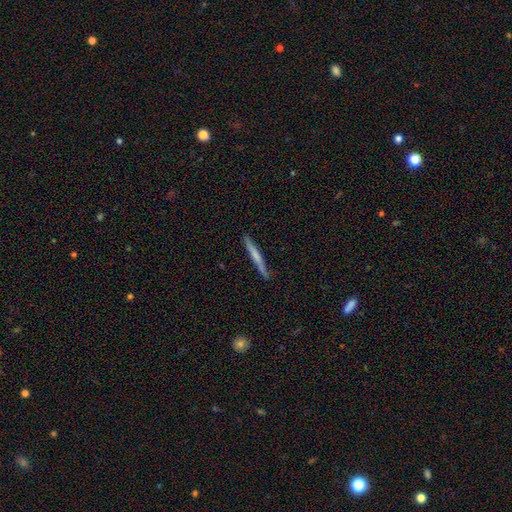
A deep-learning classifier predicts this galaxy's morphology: This is possibly a smooth galaxy (53%). How rounded: clearly cigar-shaped (96%). Merging: clearly none (88%).